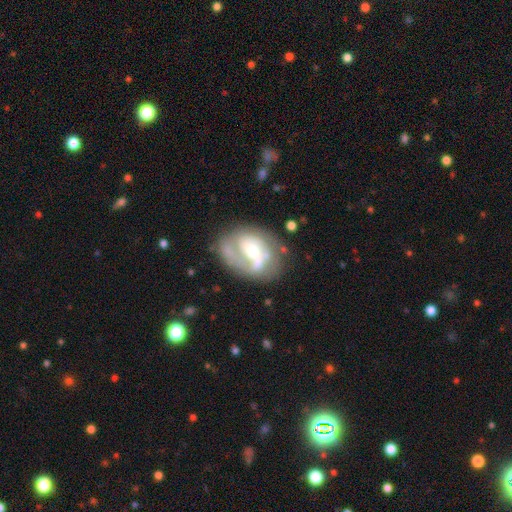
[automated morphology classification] Smooth or featured? Predicted: featured or disk (p=0.77). Edge-on disk? Predicted: no (p=0.97). Bar? Predicted: no (p=0.51). Spiral arms? Predicted: yes (p=0.81). Spiral winding? Predicted: medium (p=0.41). Spiral arm count? Predicted: 2 (p=0.56). Bulge size? Predicted: moderate (p=0.49). Merging? Predicted: none (p=0.58).